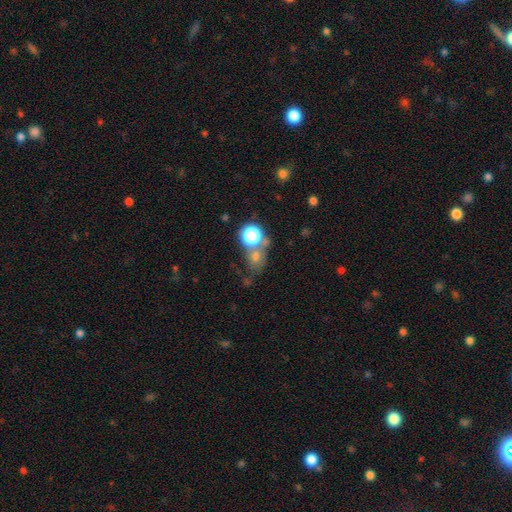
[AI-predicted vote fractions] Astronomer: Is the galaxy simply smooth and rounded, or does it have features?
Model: smooth — 56% (runner-up: star or artifact, 31%).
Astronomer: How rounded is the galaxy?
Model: round — 75%.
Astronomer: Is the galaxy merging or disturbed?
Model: none — 53%.